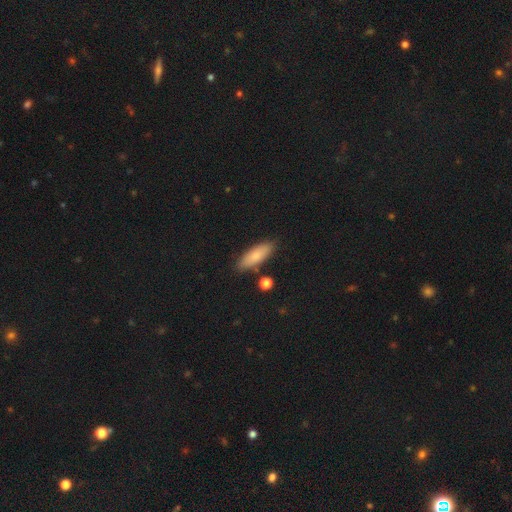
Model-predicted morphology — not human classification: smooth_or_featured: smooth (p=0.78) [alt: featured or disk p=0.16]
how_rounded: in between (p=0.63) [alt: cigar-shaped p=0.35]
merging: none (p=0.82) [alt: minor disturbance p=0.11]